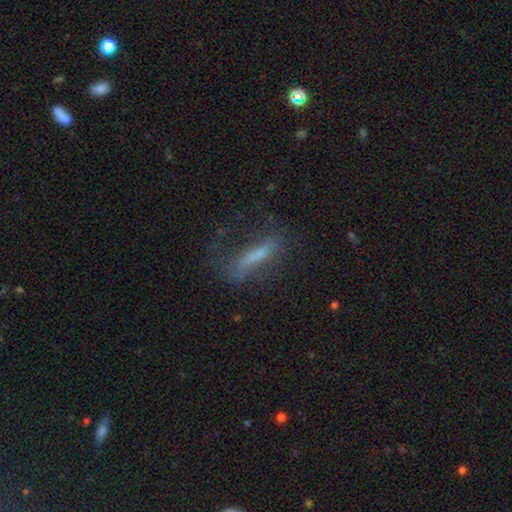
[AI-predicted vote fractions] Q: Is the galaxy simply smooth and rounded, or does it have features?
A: smooth — 45%.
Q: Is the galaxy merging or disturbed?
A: none — 55%.